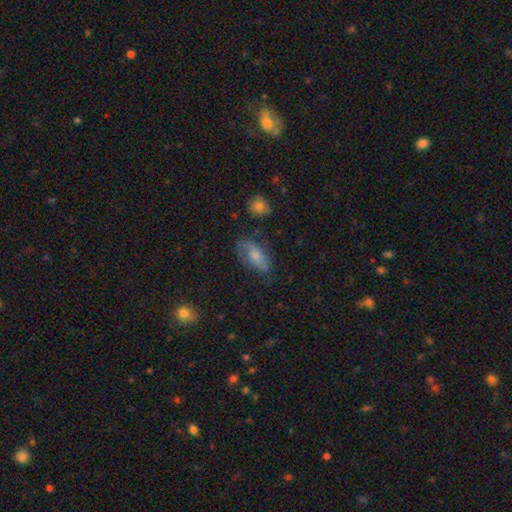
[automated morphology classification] Smooth or featured? smooth (51%)
How rounded? in between (84%)
Merging? none (66%)